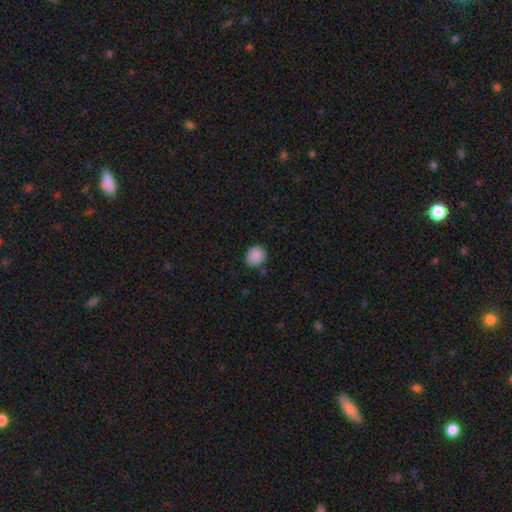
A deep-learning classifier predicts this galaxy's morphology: Smooth or featured?
  - smooth: 88% *
  - star or artifact: 9%
  - featured or disk: 3%
How rounded?
  - round: 68% *
  - in between: 31%
  - cigar-shaped: 1%
Merging?
  - none: 81% *
  - minor disturbance: 14%
  - major disturbance: 3%
  - merger: 3%